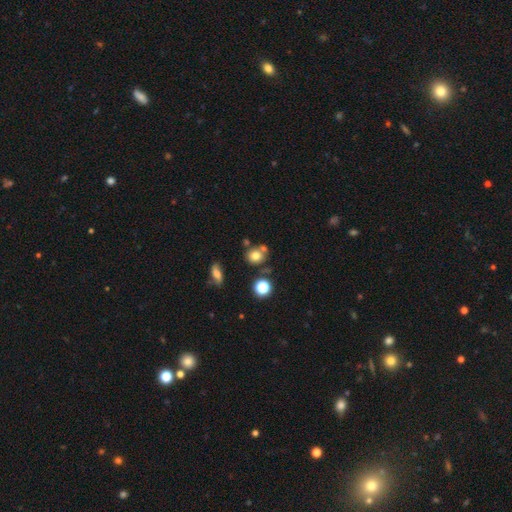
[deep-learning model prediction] The model was most divided on "merging": none: 61%, merger: 19%, minor disturbance: 14%, major disturbance: 5%. More confident: how rounded — round (74%); smooth or featured — smooth (73%).